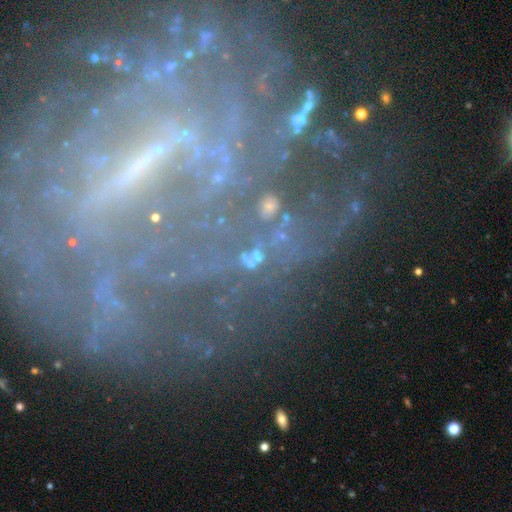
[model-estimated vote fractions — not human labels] A featured or disk galaxy (62%) with a strong bar (40%), spiral arms (78%) and a small central bulge (49%). Merging: none (62%).